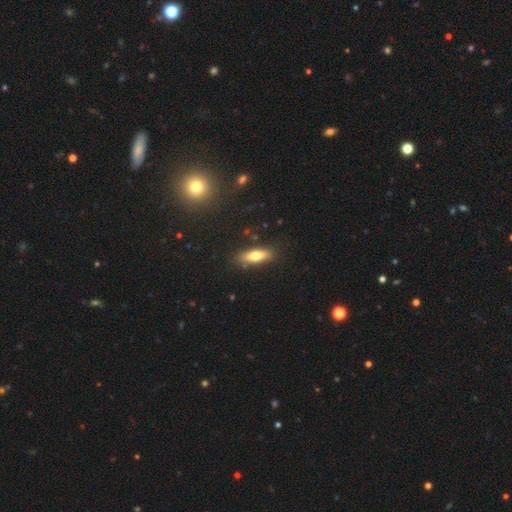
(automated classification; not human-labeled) smooth_or_featured: smooth (p=0.71) [alt: featured or disk p=0.21]
how_rounded: in between (p=0.52) [alt: cigar-shaped p=0.45]
merging: none (p=0.83) [alt: minor disturbance p=0.12]